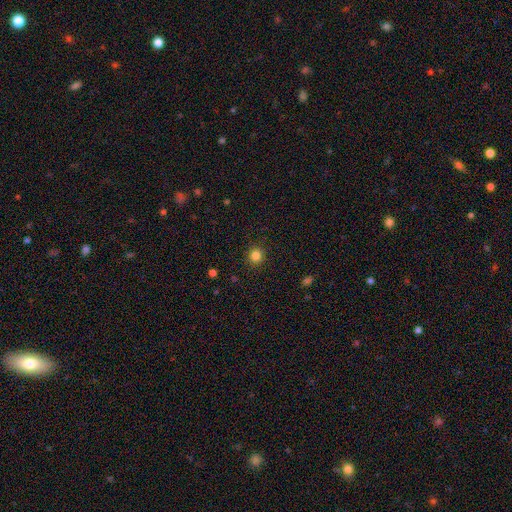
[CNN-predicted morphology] Smooth or featured?
  - smooth: 83% *
  - star or artifact: 12%
  - featured or disk: 4%
How rounded?
  - round: 89% *
  - in between: 10%
  - cigar-shaped: 1%
Merging?
  - none: 91% *
  - minor disturbance: 6%
  - major disturbance: 2%
  - merger: 1%